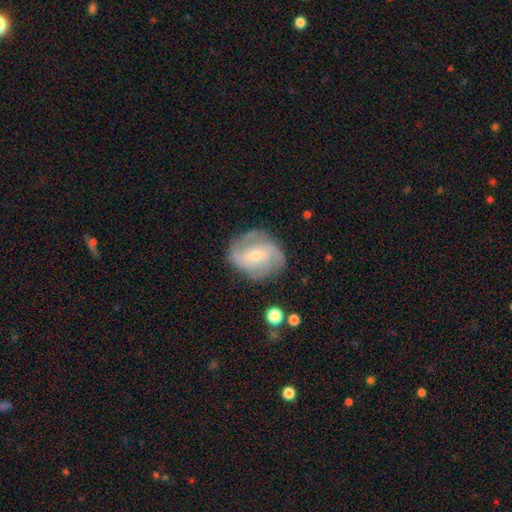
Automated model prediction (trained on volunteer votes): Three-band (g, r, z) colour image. It shows a featured or disk galaxy (76%) with a weak bar (47%), 2 (46%) medium (45%) spiral arms (91%) and a small central bulge (58%). Merging: none (73%).